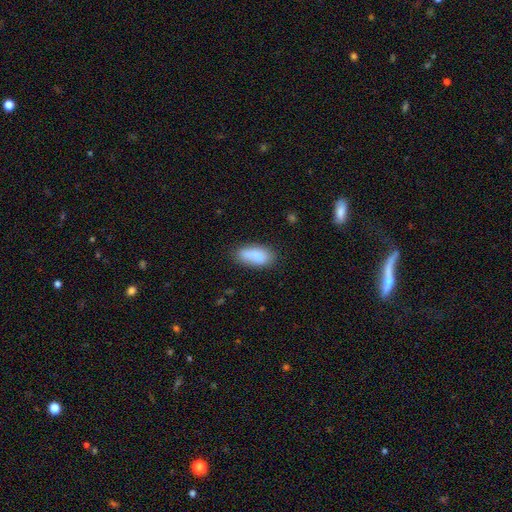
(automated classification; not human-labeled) Morphology: type=smooth (79%); roundness=in between (88%); merging=none (57%).